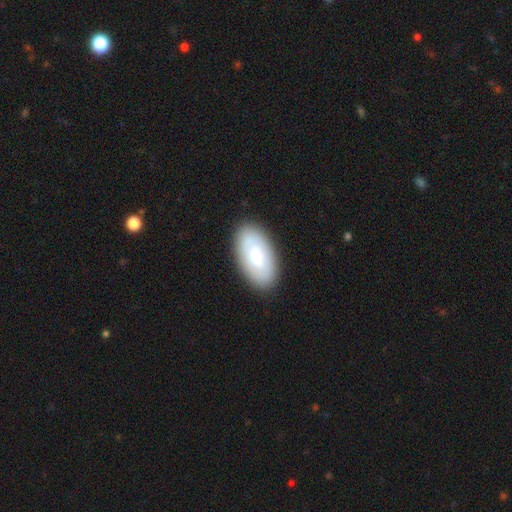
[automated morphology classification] Q: Smooth or featured?
A: smooth (66%); runner-up: featured or disk (28%)
Q: How rounded?
A: in between (94%); runner-up: cigar-shaped (3%)
Q: Merging?
A: none (87%); runner-up: minor disturbance (9%)